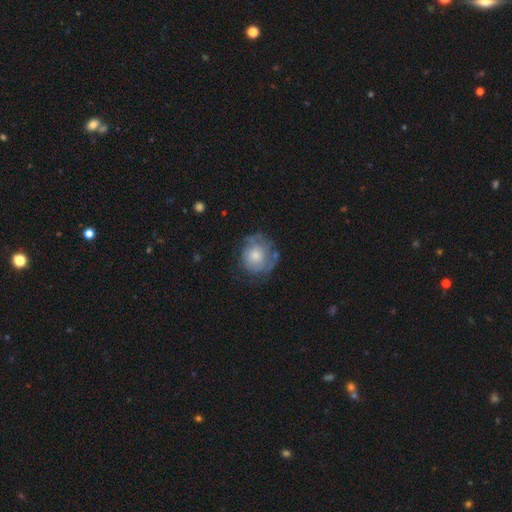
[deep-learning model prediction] A smooth galaxy with no disk features (53%) that is round (81%). Merging: none (53%).